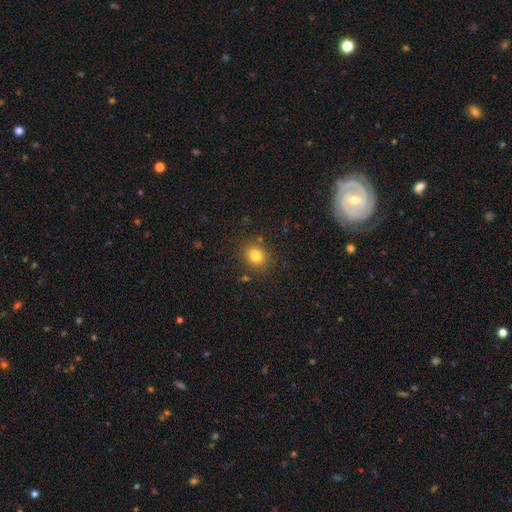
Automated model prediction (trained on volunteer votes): Smooth or featured? smooth (80%)
How rounded? round (68%)
Merging? none (83%)